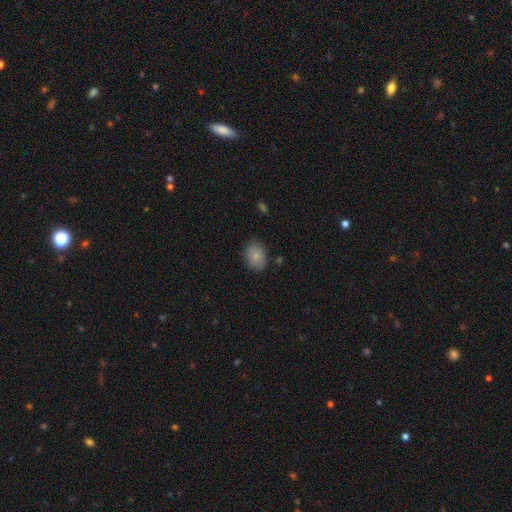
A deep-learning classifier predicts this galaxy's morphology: smooth 86%, star or artifact 8%, featured or disk 6%. Down the decision tree: how rounded — in between (69%); merging — none (83%).